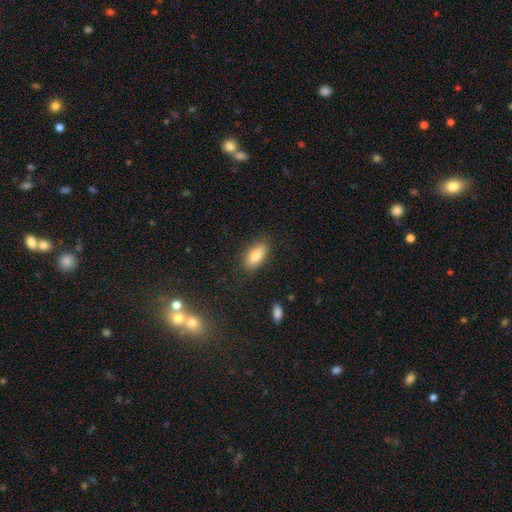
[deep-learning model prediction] smooth-or-featured: smooth: 80% | featured or disk: 13% | star or artifact: 8%
  how-rounded: in between: 83% | cigar-shaped: 14% | round: 3%
  merging: none: 85% | minor disturbance: 11% | major disturbance: 3% | merger: 1%